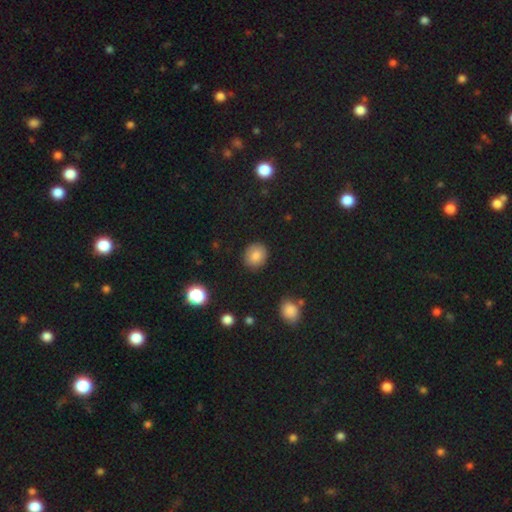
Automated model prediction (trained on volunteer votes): Smooth or featured?
  - smooth: 83% *
  - star or artifact: 9%
  - featured or disk: 7%
How rounded?
  - round: 73% *
  - in between: 26%
  - cigar-shaped: 1%
Merging?
  - none: 88% *
  - minor disturbance: 9%
  - major disturbance: 2%
  - merger: 1%